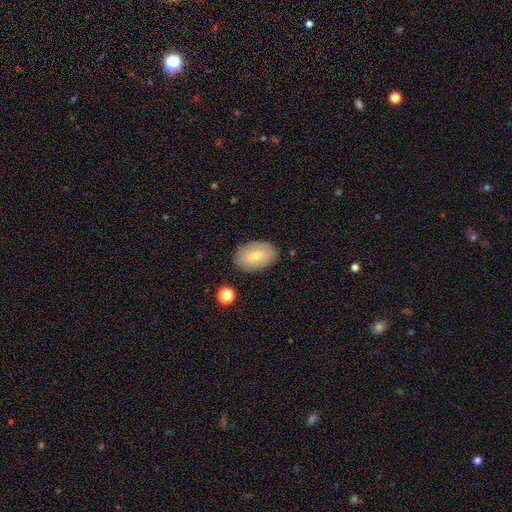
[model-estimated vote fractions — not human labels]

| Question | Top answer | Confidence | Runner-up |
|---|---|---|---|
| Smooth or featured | smooth | 64% | featured or disk (28%) |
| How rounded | in between | 88% | round (10%) |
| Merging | none | 86% | minor disturbance (10%) |